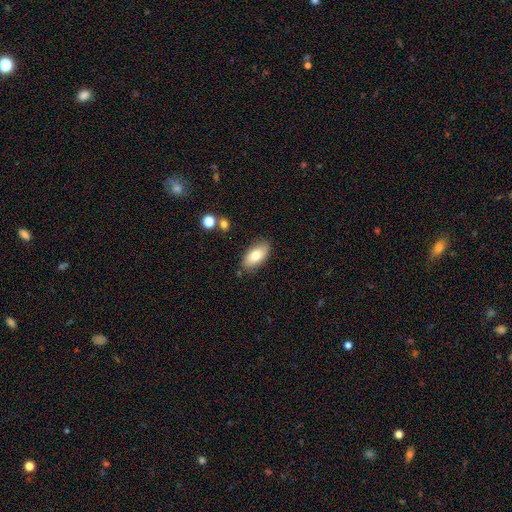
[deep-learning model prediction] Smooth or featured? Predicted: smooth (p=0.79). How rounded? Predicted: in between (p=0.92). Merging? Predicted: none (p=0.83).